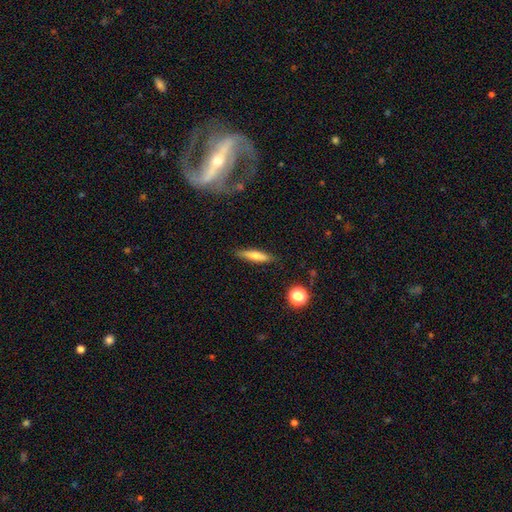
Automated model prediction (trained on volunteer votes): The model was most divided on "smooth or featured": smooth: 68%, featured or disk: 25%, star or artifact: 7%. More confident: merging — none (85%); how rounded — cigar-shaped (82%).